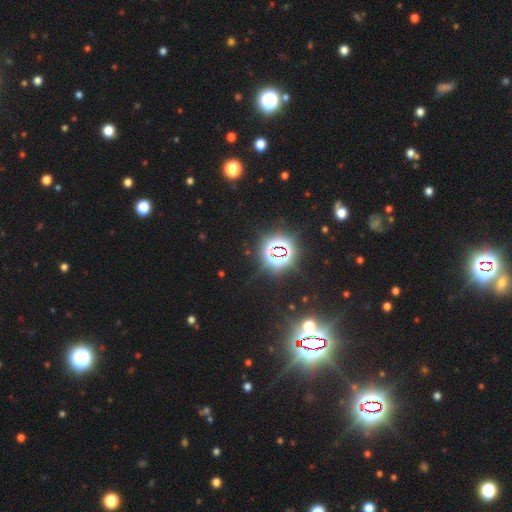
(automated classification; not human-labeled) Smooth or featured? star or artifact (81%)